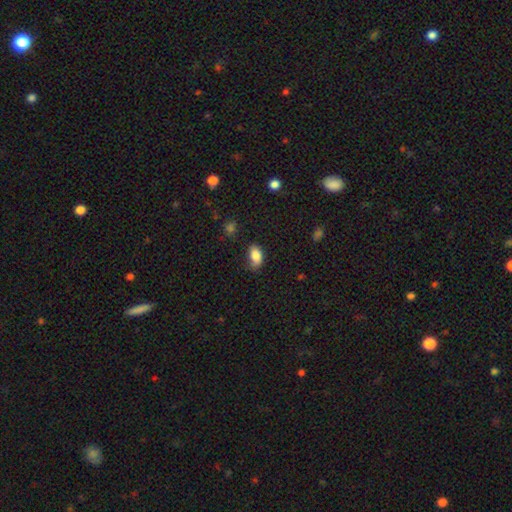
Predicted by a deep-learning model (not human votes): Smooth or featured?
  - smooth: 85% *
  - star or artifact: 8%
  - featured or disk: 7%
How rounded?
  - in between: 90% *
  - round: 8%
  - cigar-shaped: 2%
Merging?
  - none: 56% *
  - minor disturbance: 32%
  - major disturbance: 10%
  - merger: 2%